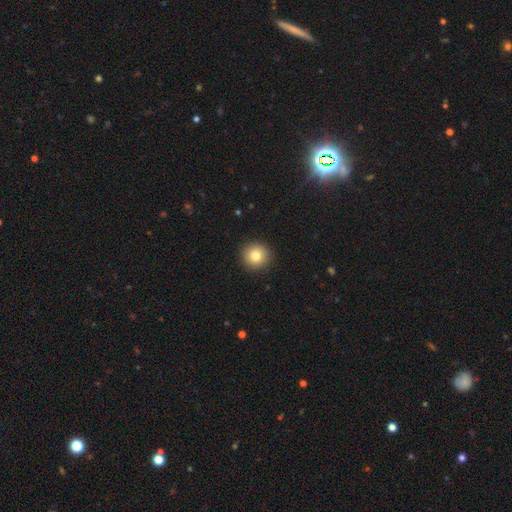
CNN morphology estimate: This is clearly a smooth galaxy (81%). How rounded: clearly round (94%). Merging: clearly none (92%).